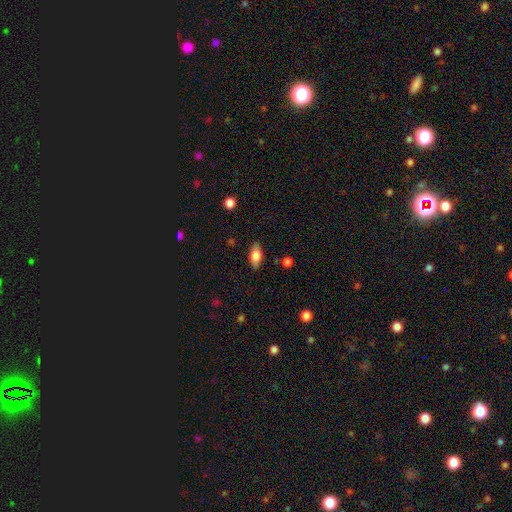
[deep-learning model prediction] smooth 73%, featured or disk 20%, star or artifact 7%. Down the decision tree: how rounded — in between (84%); merging — none (86%).